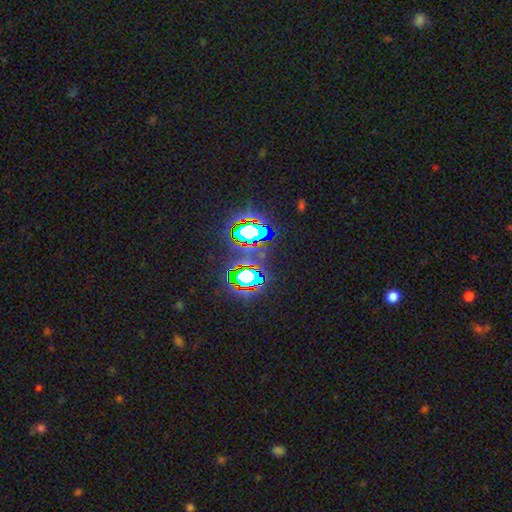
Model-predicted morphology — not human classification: This appears to be a star or artifact, not a galaxy (77%).